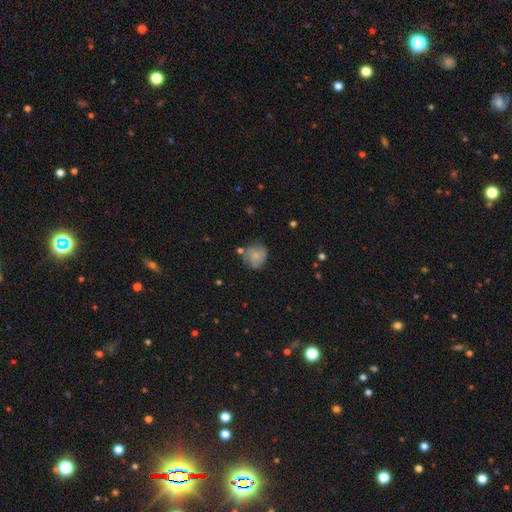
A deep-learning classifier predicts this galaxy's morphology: A smooth galaxy with no disk features (76%) that is round (79%). Merging: none (57%).